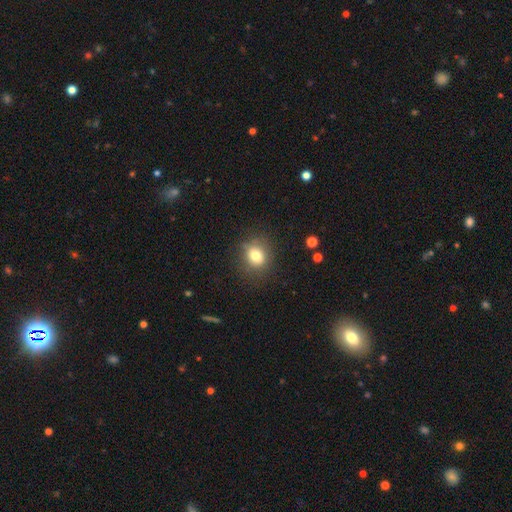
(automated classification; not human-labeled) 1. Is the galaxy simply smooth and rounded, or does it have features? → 77% smooth, 12% star or artifact, 11% featured or disk.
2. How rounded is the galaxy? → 73% round, 26% in between, 1% cigar-shaped.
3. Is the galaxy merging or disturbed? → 77% none, 15% minor disturbance, 5% major disturbance, 2% merger.